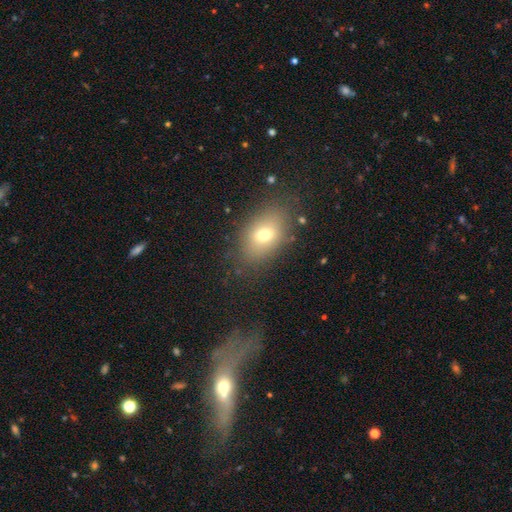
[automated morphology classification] Smooth or featured? Predicted: smooth (p=0.66). How rounded? Predicted: in between (p=0.77). Merging? Predicted: none (p=0.67).